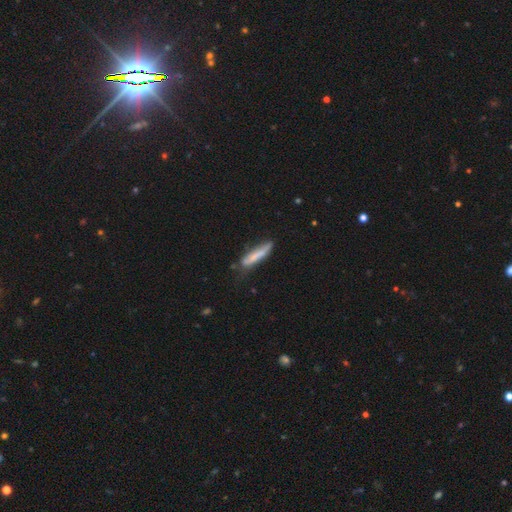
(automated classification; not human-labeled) smooth 67%, featured or disk 26%, star or artifact 7%. Down the decision tree: how rounded — cigar-shaped (88%); merging — none (58%).